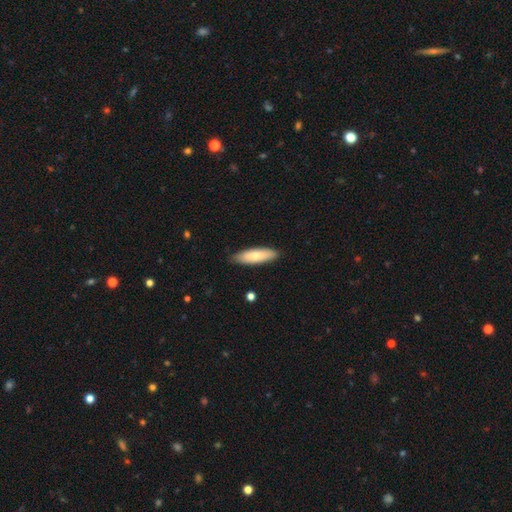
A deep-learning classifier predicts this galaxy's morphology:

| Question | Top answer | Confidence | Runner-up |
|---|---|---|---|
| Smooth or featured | smooth | 76% | featured or disk (18%) |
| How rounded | cigar-shaped | 52% | in between (47%) |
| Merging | none | 85% | minor disturbance (12%) |